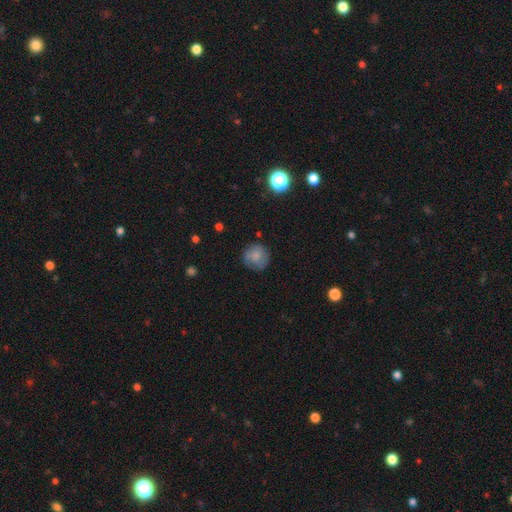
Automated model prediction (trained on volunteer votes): The model was most divided on "merging": none: 74%, minor disturbance: 19%, major disturbance: 5%, merger: 2%. More confident: how rounded — round (90%); smooth or featured — smooth (74%).